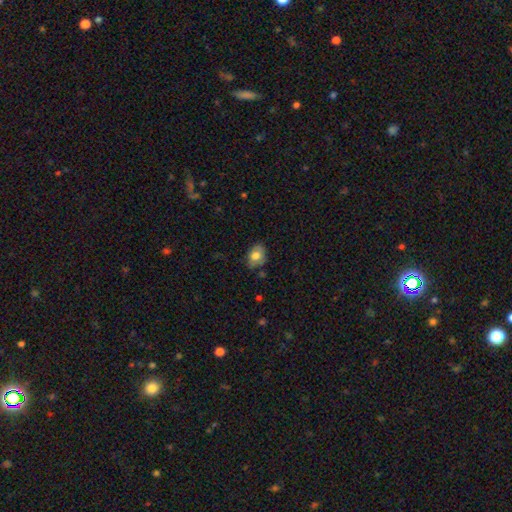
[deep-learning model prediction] Smooth or featured? smooth (75%)
How rounded? in between (76%)
Merging? none (72%)